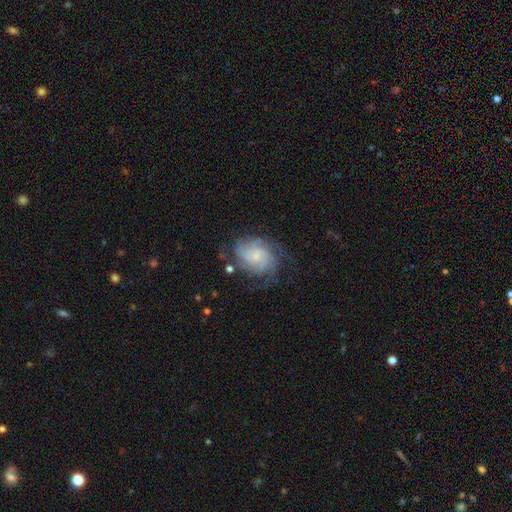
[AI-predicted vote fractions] Smooth or featured? featured or disk (74%)
Edge-on disk? no (98%)
Bar? no (70%)
Spiral arms? yes (92%)
Spiral winding? tight (55%)
Spiral arm count? can't tell (40%)
Bulge size? small (62%)
Merging? none (62%)